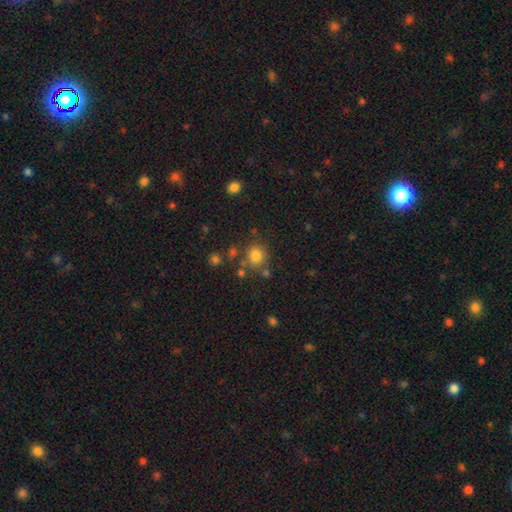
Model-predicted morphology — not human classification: The model was most divided on "merging": none: 72%, minor disturbance: 13%, merger: 10%, major disturbance: 5%. More confident: how rounded — round (82%); smooth or featured — smooth (79%).